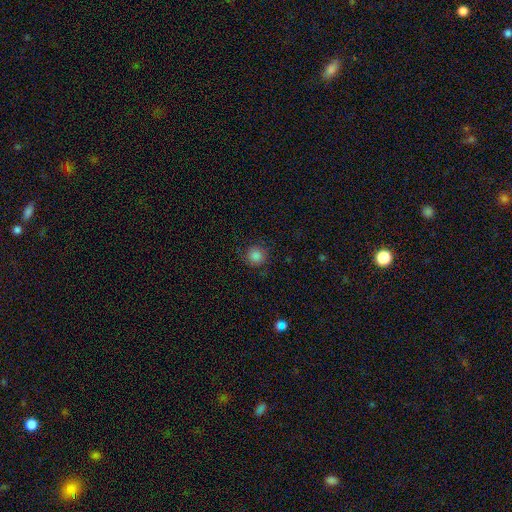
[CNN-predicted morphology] A smooth galaxy with no disk features (84%) that is round (94%). Merging: none (82%).